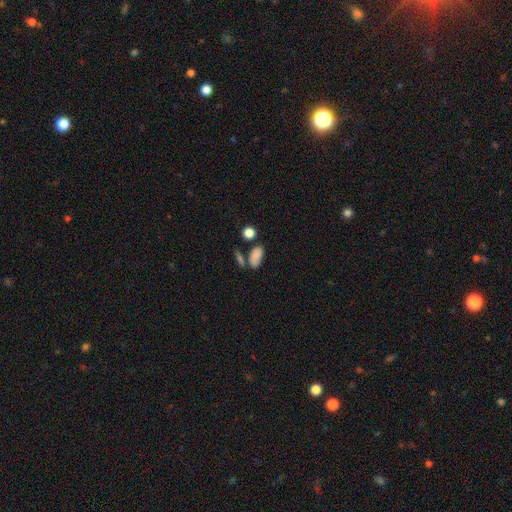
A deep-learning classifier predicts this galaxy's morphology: This appears to be a smooth galaxy with no disk features (81%) that is in between round and cigar-shaped (87%). Merging: none (53%).